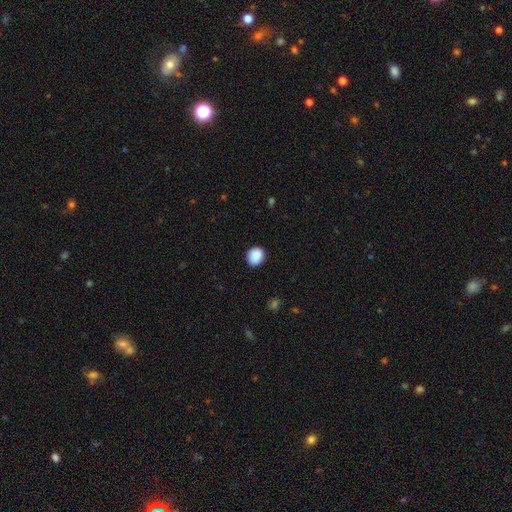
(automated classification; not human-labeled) A smooth galaxy with no disk features (89%) that is round (77%). Merging: none (87%).